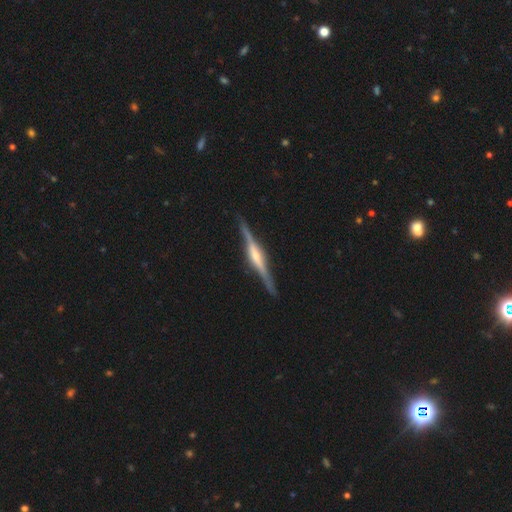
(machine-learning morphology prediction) smooth_or_featured: featured or disk (p=0.83) [alt: smooth p=0.12]
disk_edge_on: yes (p=0.98) [alt: no p=0.02]
edge_on_bulge: rounded (p=0.69) [alt: boxy p=0.23]
merging: none (p=0.87) [alt: minor disturbance p=0.09]